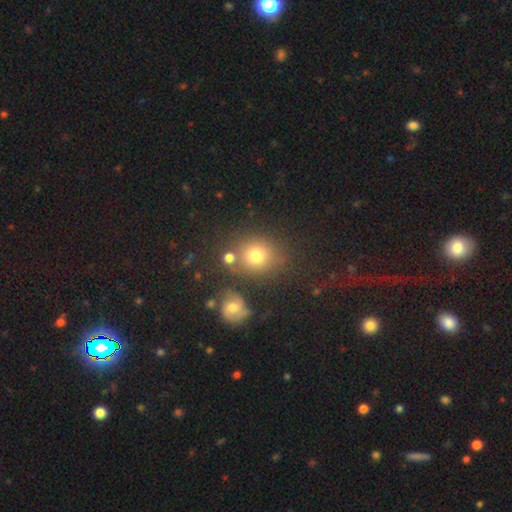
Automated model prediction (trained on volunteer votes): Smooth or featured? Predicted: smooth (p=0.75). How rounded? Predicted: round (p=0.74). Merging? Predicted: none (p=0.65).